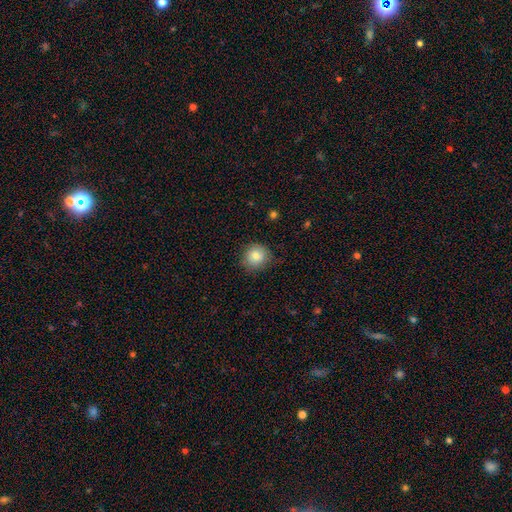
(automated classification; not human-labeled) smooth_or_featured: smooth (p=0.83) [alt: star or artifact p=0.09]
how_rounded: round (p=0.89) [alt: in between p=0.10]
merging: none (p=0.81) [alt: minor disturbance p=0.14]